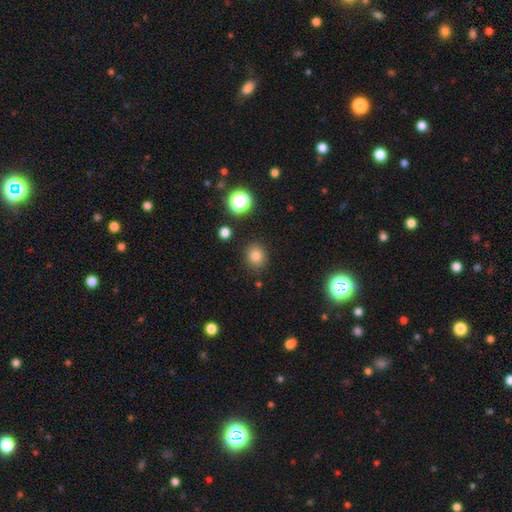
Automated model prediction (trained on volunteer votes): smooth-or-featured: smooth: 79% | star or artifact: 15% | featured or disk: 6%
  how-rounded: round: 85% | in between: 15% | cigar-shaped: 1%
  merging: none: 87% | minor disturbance: 8% | major disturbance: 3% | merger: 2%